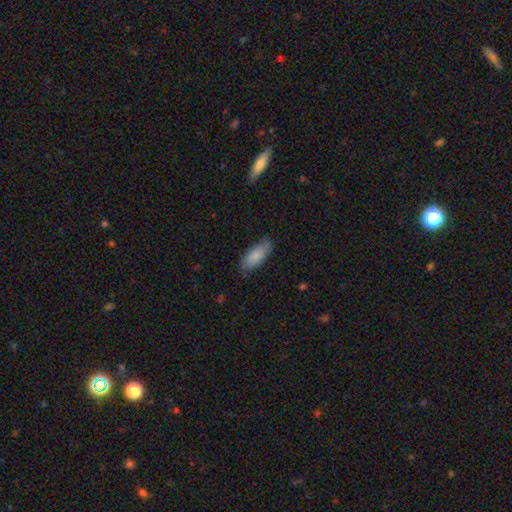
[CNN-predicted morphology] Q: Smooth or featured?
A: smooth (84%); runner-up: featured or disk (10%)
Q: How rounded?
A: in between (81%); runner-up: cigar-shaped (17%)
Q: Merging?
A: none (78%); runner-up: minor disturbance (18%)